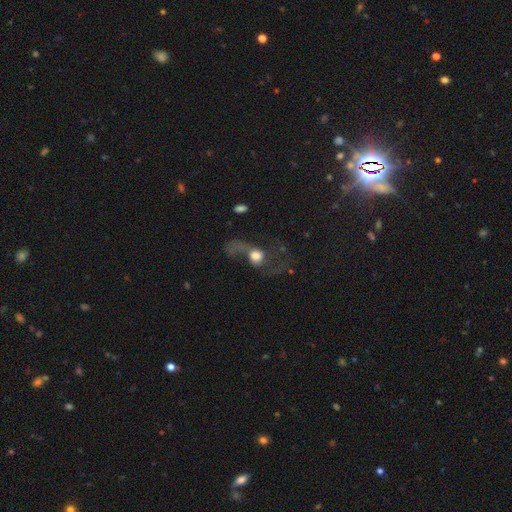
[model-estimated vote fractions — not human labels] Morphology: type=smooth (46%); merging=major disturbance (56%).